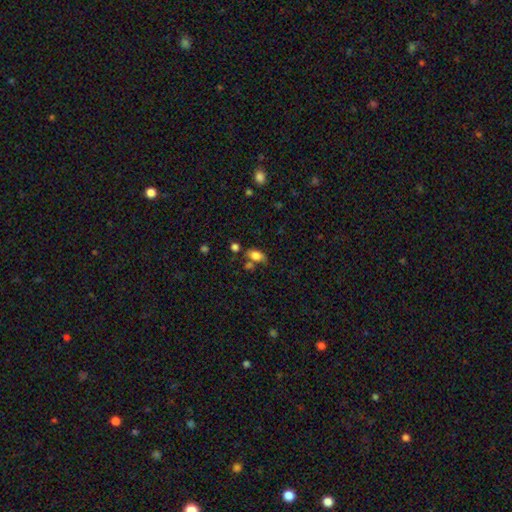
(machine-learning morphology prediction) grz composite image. It shows a smooth galaxy with no disk features (81%) that is in between round and cigar-shaped (89%). Merging: none (55%).